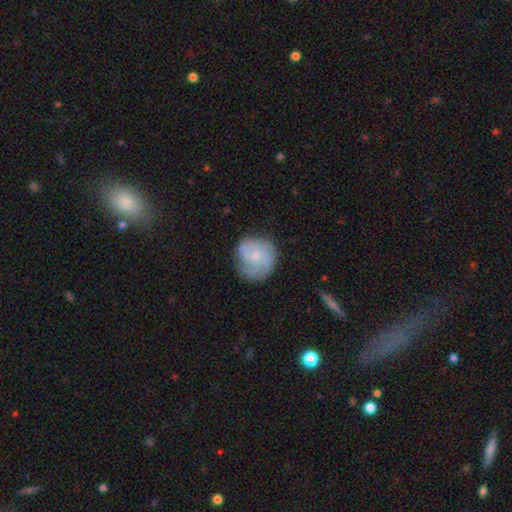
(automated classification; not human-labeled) Smooth or featured: featured or disk — 65% (smooth — 28%)
Edge-on disk: no — 98% (yes — 2%)
Bar: no — 76% (weak — 22%)
Spiral arms: yes — 89% (no — 11%)
Spiral winding: tight — 46% (medium — 38%)
Spiral arm count: 3 — 31% (can't tell — 30%)
Bulge size: small — 71% (moderate — 23%)
Merging: none — 67% (minor disturbance — 22%)